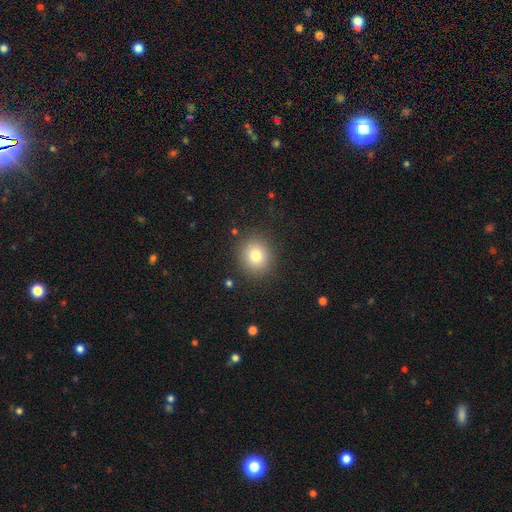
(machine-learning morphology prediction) Smooth or featured?
  - smooth: 78% *
  - star or artifact: 12%
  - featured or disk: 10%
How rounded?
  - round: 83% *
  - in between: 16%
  - cigar-shaped: 1%
Merging?
  - none: 88% *
  - minor disturbance: 8%
  - major disturbance: 3%
  - merger: 1%